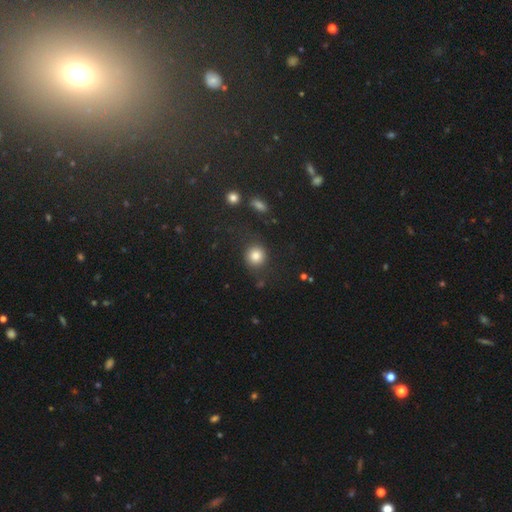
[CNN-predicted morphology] This appears to be a smooth galaxy with no disk features (83%) that is round (86%). Merging: none (82%).